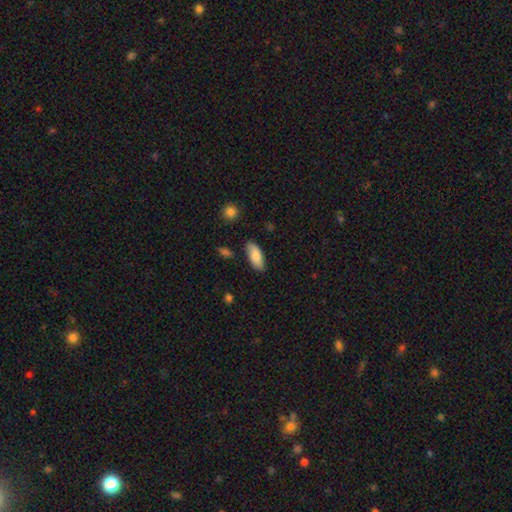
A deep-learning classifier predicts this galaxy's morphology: Overall: smooth (83%). How rounded: in between (83%). Merging: none (83%).